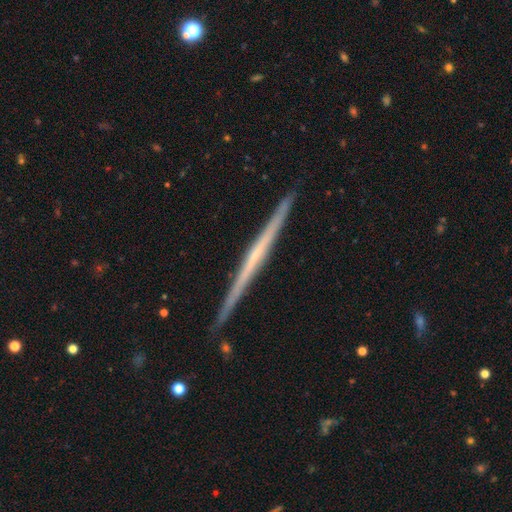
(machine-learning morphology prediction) This appears to be a featured or disk galaxy (73%) viewed edge-on (98%) with no central bulge (77%). Merging: none (91%).